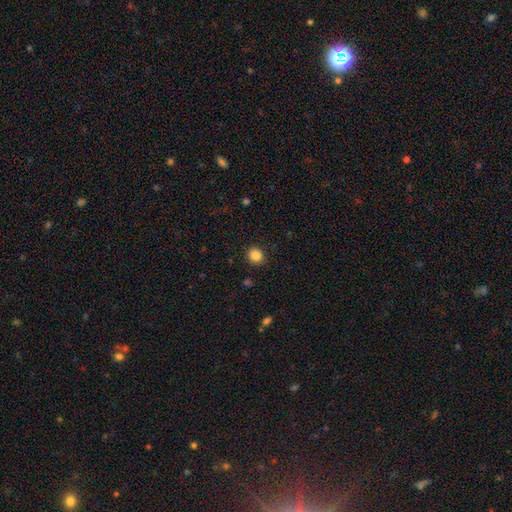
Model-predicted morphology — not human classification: Overall: smooth (86%). How rounded: round (82%). Merging: none (91%).